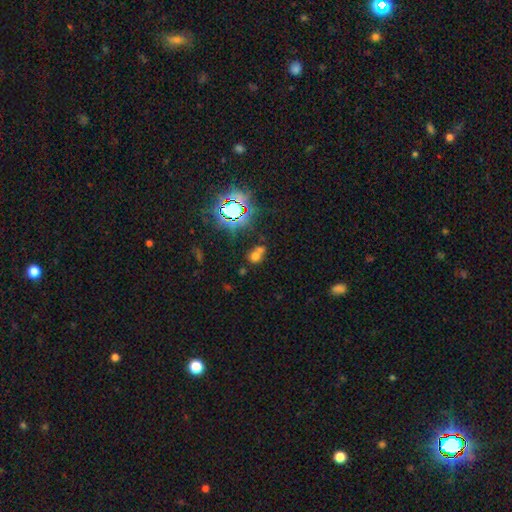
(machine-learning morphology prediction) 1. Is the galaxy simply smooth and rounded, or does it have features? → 57% smooth, 29% star or artifact, 14% featured or disk.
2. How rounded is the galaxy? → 61% round, 37% in between, 2% cigar-shaped.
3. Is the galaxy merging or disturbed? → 48% merger, 37% none, 9% minor disturbance, 6% major disturbance.